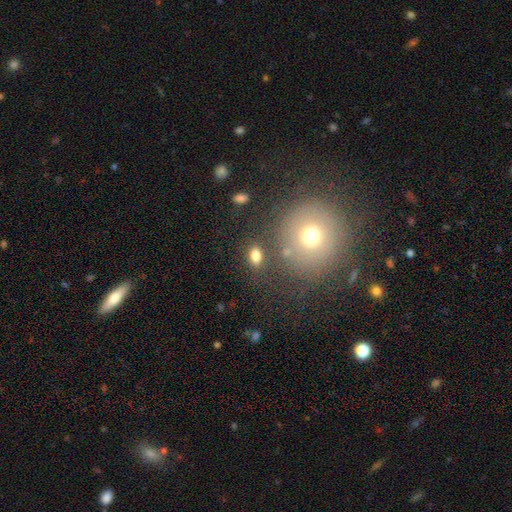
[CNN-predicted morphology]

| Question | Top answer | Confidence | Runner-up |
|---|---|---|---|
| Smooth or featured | smooth | 80% | star or artifact (11%) |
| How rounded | in between | 82% | round (14%) |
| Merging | none | 78% | minor disturbance (11%) |